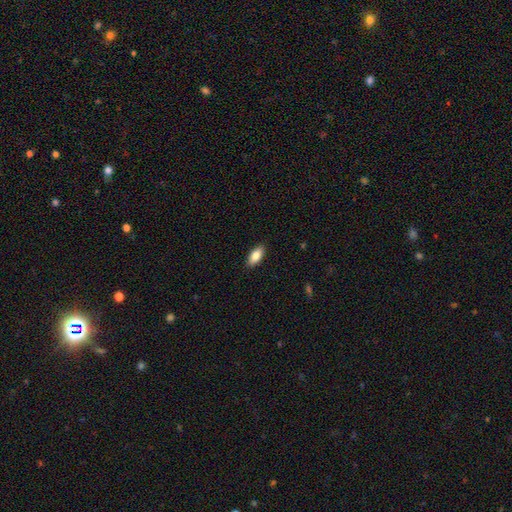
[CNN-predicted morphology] smooth-or-featured: smooth: 84% | featured or disk: 10% | star or artifact: 6%
  how-rounded: in between: 86% | cigar-shaped: 12% | round: 2%
  merging: none: 89% | minor disturbance: 8% | major disturbance: 2% | merger: 1%